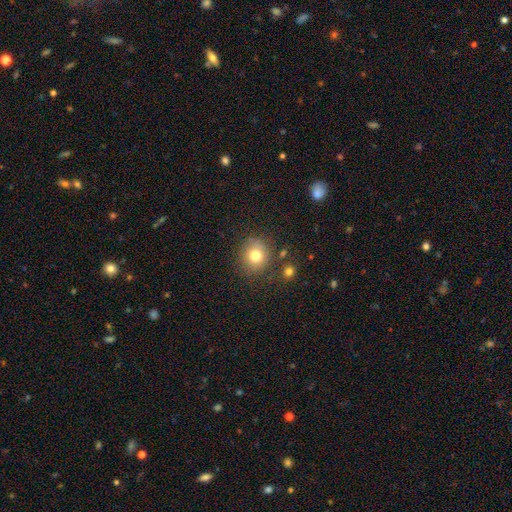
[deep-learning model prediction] Overall: smooth (78%). How rounded: round (83%). Merging: none (80%).